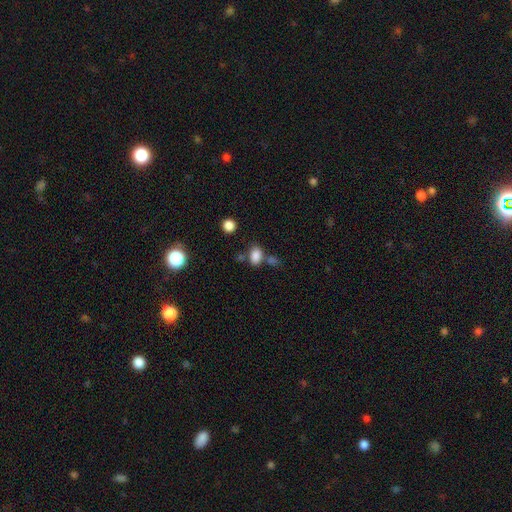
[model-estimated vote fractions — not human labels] Smooth or featured?
  - smooth: 83% *
  - star or artifact: 12%
  - featured or disk: 6%
How rounded?
  - in between: 80% *
  - round: 19%
  - cigar-shaped: 2%
Merging?
  - none: 58% *
  - merger: 21%
  - minor disturbance: 15%
  - major disturbance: 6%